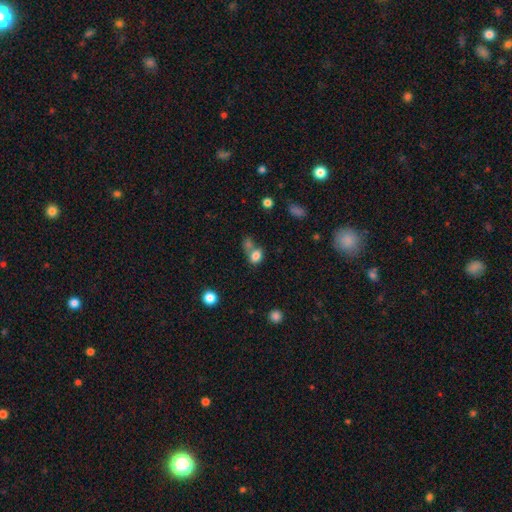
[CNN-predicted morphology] A smooth galaxy with no disk features (80%) that is in between round and cigar-shaped (70%).

Vote fractions:
- Smooth or featured? smooth: 80% / star or artifact: 12% / featured or disk: 8%
- How rounded? in between: 70% / round: 28% / cigar-shaped: 2%
- Merging? merger: 44% / none: 38% / minor disturbance: 12% / major disturbance: 7%